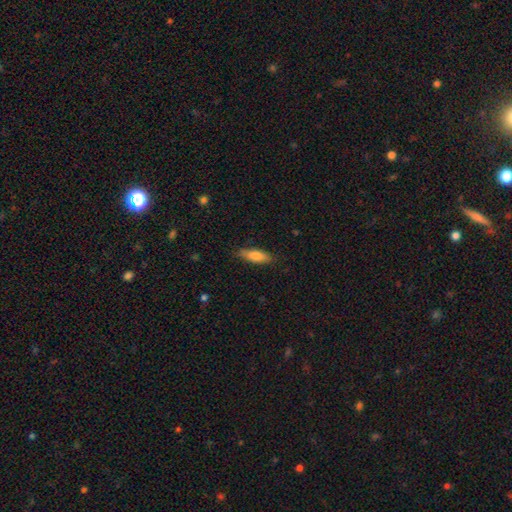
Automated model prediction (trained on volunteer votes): smooth_or_featured: smooth (p=0.78) [alt: featured or disk p=0.16]
how_rounded: in between (p=0.50) [alt: cigar-shaped p=0.48]
merging: none (p=0.82) [alt: minor disturbance p=0.14]